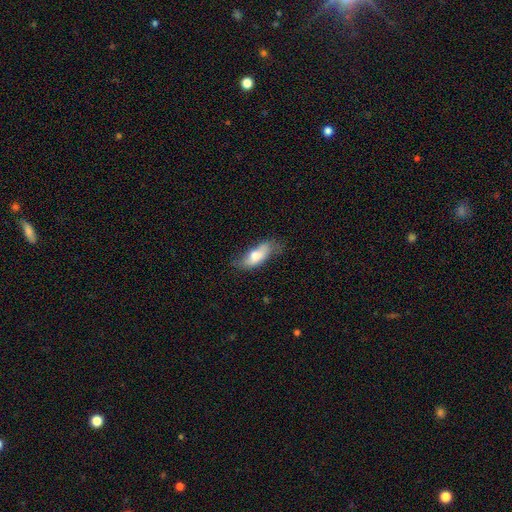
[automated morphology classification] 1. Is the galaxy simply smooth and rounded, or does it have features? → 67% smooth, 26% featured or disk, 7% star or artifact.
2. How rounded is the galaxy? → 76% in between, 22% cigar-shaped, 3% round.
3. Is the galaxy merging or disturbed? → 47% none, 34% minor disturbance, 15% major disturbance, 4% merger.